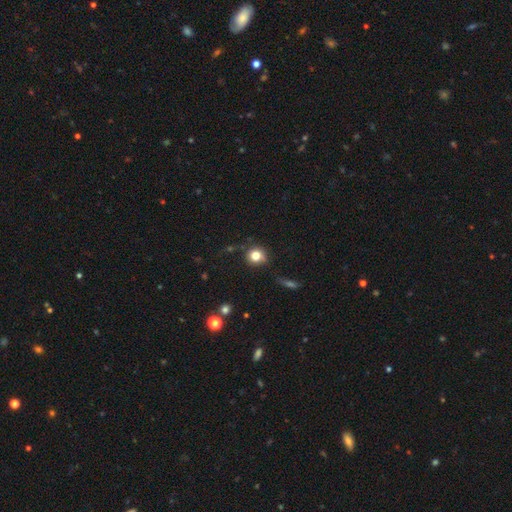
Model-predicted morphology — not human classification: Smooth or featured? Predicted: smooth (p=0.78). How rounded? Predicted: round (p=0.88). Merging? Predicted: none (p=0.75).